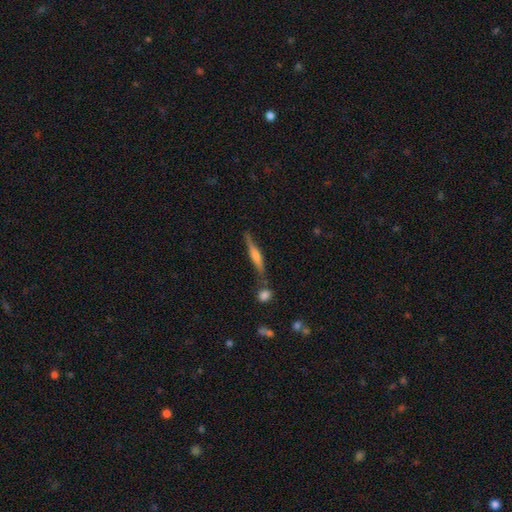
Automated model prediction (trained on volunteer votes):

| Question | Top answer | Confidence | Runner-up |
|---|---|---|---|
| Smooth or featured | featured or disk | 61% | smooth (31%) |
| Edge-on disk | yes | 95% | no (5%) |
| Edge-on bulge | rounded | 60% | boxy (23%) |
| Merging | none | 74% | minor disturbance (14%) |